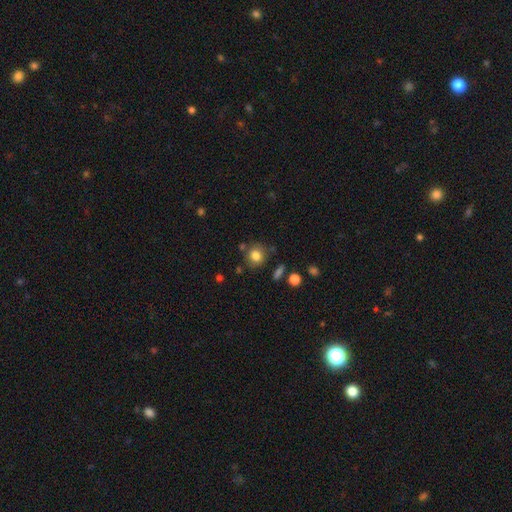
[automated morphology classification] Overall: smooth (81%). How rounded: round (81%). Merging: none (76%).